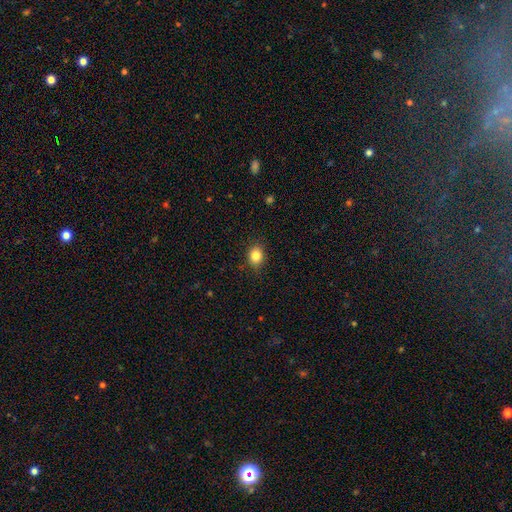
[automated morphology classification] This appears to be a smooth galaxy with no disk features (84%) that is round (52%). Merging: none (86%).